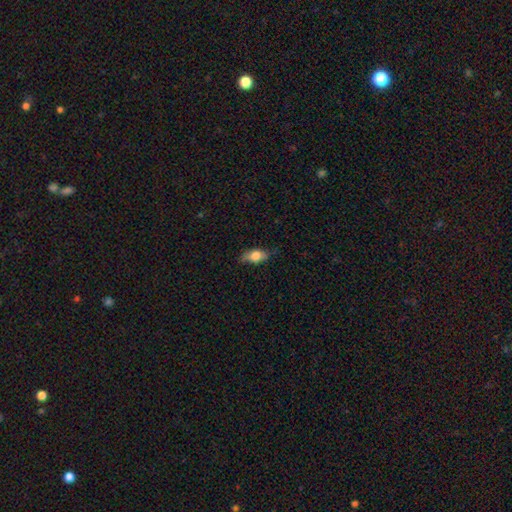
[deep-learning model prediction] Smooth or featured? Predicted: smooth (p=0.72). How rounded? Predicted: in between (p=0.83). Merging? Predicted: none (p=0.75).